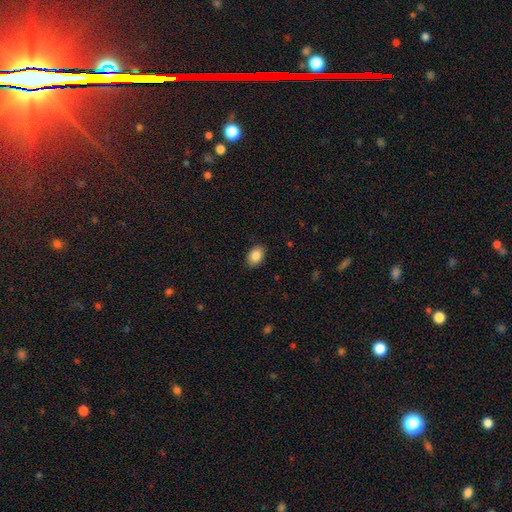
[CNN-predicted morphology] The model was most divided on "how rounded": in between: 81%, round: 18%, cigar-shaped: 1%. More confident: merging — none (88%); smooth or featured — smooth (87%).